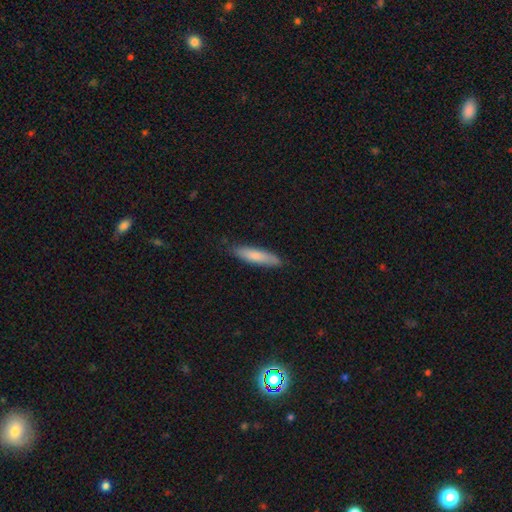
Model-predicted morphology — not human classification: Smooth or featured? smooth (77%)
How rounded? cigar-shaped (80%)
Merging? none (84%)